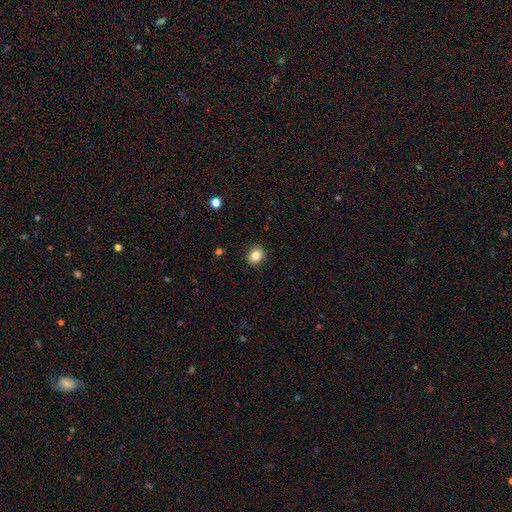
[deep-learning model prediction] Morphology: type=smooth (83%); roundness=round (65%); merging=none (91%).